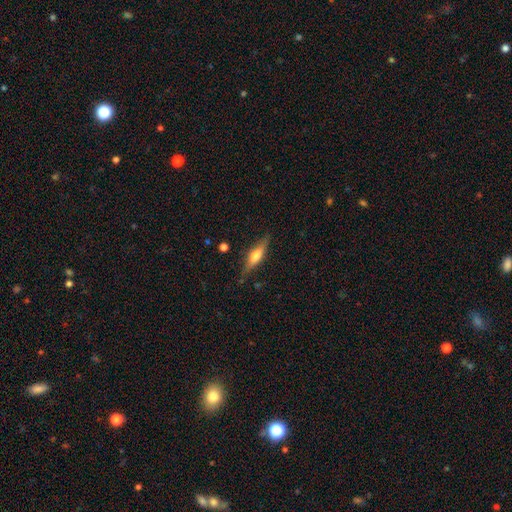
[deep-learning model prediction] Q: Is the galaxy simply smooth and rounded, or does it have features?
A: smooth — 47%.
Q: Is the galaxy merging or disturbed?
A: none — 81%.